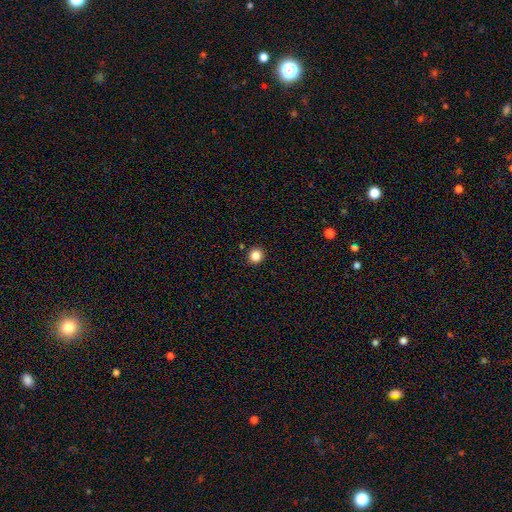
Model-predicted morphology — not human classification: A smooth galaxy with no disk features (85%) that is round (91%).

Vote fractions:
- Smooth or featured? smooth: 85% / star or artifact: 12% / featured or disk: 4%
- How rounded? round: 91% / in between: 8% / cigar-shaped: 1%
- Merging? none: 92% / minor disturbance: 5% / major disturbance: 2% / merger: 2%